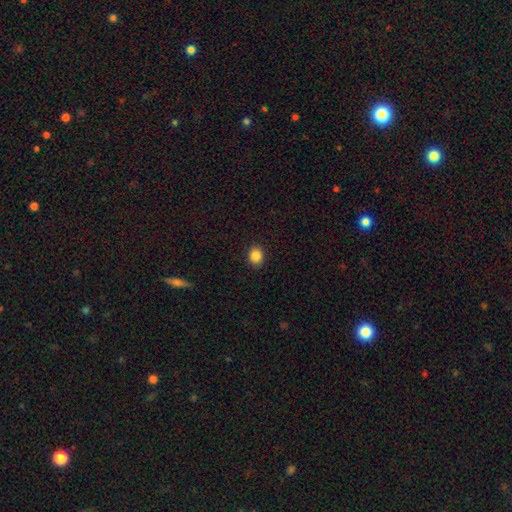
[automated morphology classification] A smooth galaxy with no disk features (87%) that is round (63%). Merging: none (90%).